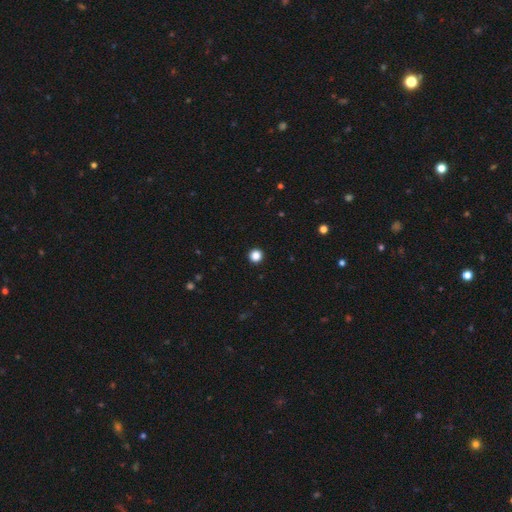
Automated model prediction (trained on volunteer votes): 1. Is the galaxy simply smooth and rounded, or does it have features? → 86% smooth, 12% star or artifact, 3% featured or disk.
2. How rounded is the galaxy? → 96% round, 3% in between, 1% cigar-shaped.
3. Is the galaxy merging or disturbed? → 94% none, 3% minor disturbance, 1% major disturbance, 1% merger.